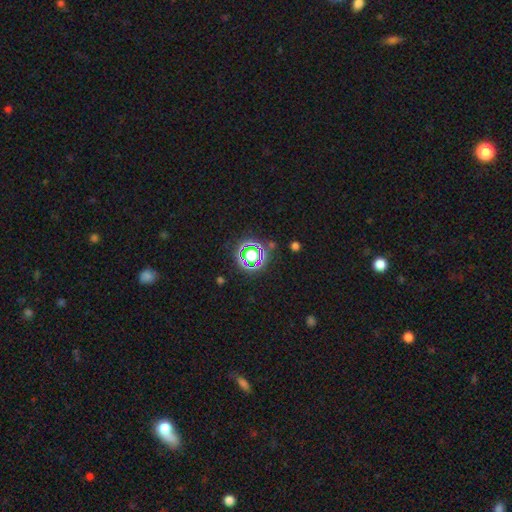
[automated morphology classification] The model was most divided on "smooth or featured": star or artifact: 74%, smooth: 18%, featured or disk: 9%.